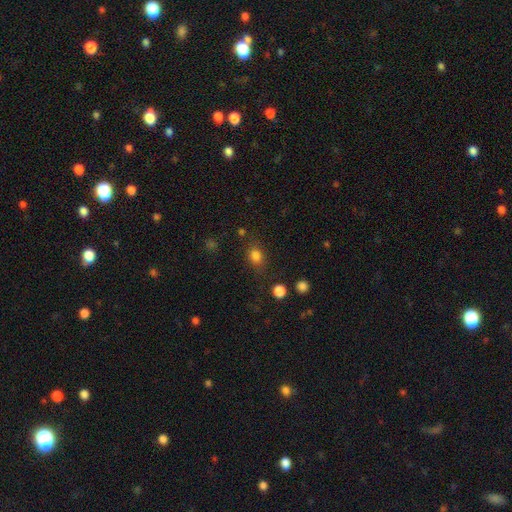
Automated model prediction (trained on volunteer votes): Morphology: type=smooth (81%); roundness=in between (56%); merging=none (77%).